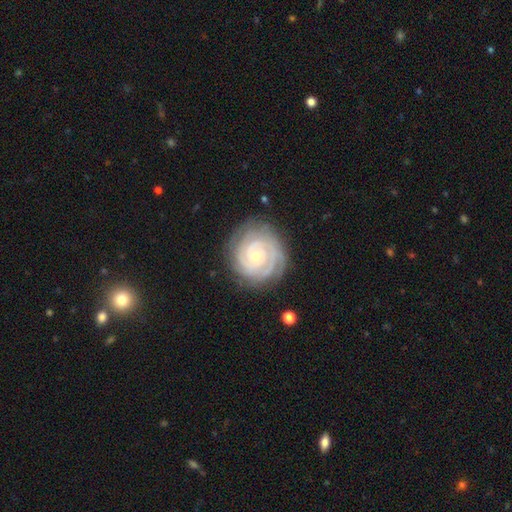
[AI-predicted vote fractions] Morphology: type=featured or disk (86%); edge-on=no (98%); bar=no (75%); spiral arms=yes (97%); winding=tight (86%); arm count=3 (26%); bulge=small (67%); merging=none (81%).